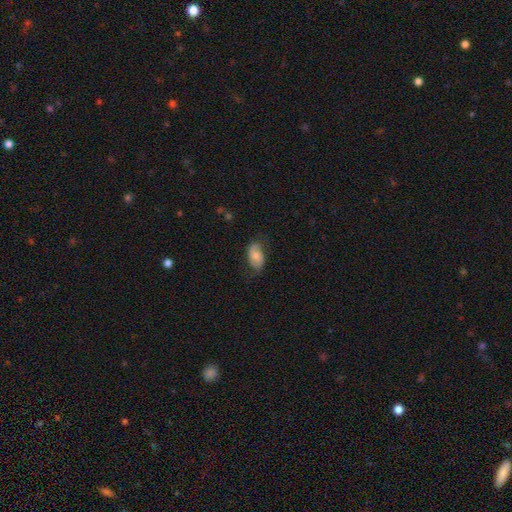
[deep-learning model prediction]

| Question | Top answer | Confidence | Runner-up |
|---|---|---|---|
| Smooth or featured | smooth | 64% | featured or disk (29%) |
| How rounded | in between | 92% | round (6%) |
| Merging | none | 70% | minor disturbance (22%) |